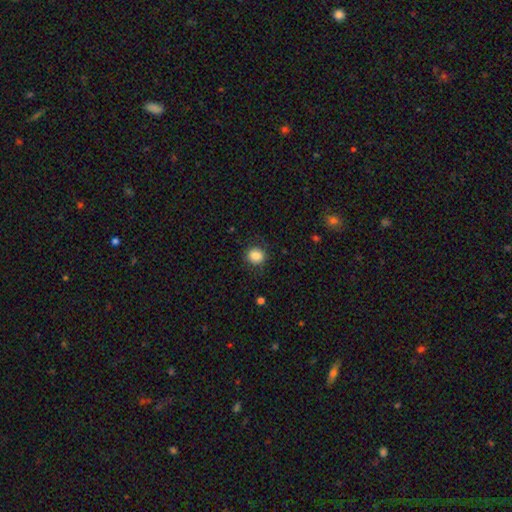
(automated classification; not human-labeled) Smooth or featured? Predicted: smooth (p=0.85). How rounded? Predicted: round (p=0.81). Merging? Predicted: none (p=0.85).